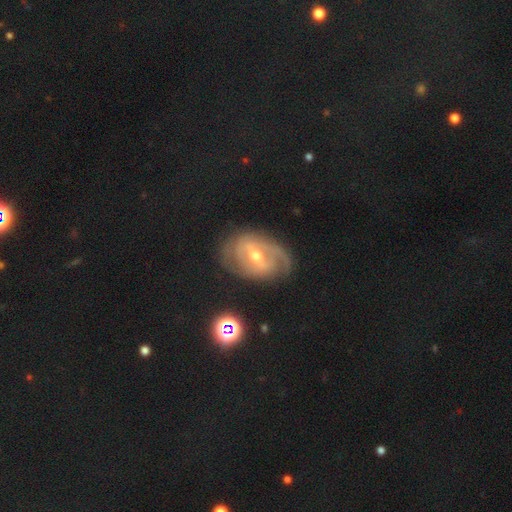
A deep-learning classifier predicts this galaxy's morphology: featured or disk 82%, smooth 10%, star or artifact 8%. Down the decision tree: edge-on disk — no (95%); bar — weak (43%); spiral arms — yes (86%); spiral arm count — 2 (49%); spiral winding — tight (51%); bulge size — moderate (61%); merging — none (69%).